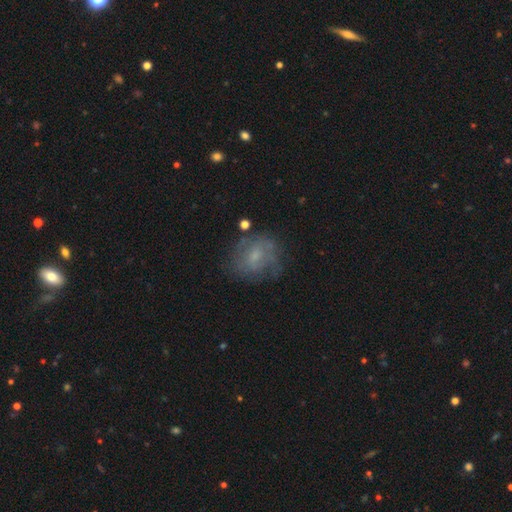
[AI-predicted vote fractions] Smooth or featured? featured or disk (48%)
Merging? none (63%)